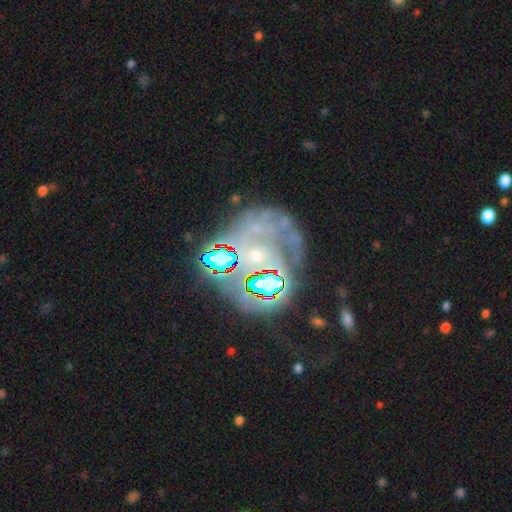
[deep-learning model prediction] This appears to be a featured or disk galaxy (53%) with no bar (75%), spiral arms (60%) and a moderate central bulge (39%). Merging: none (42%).